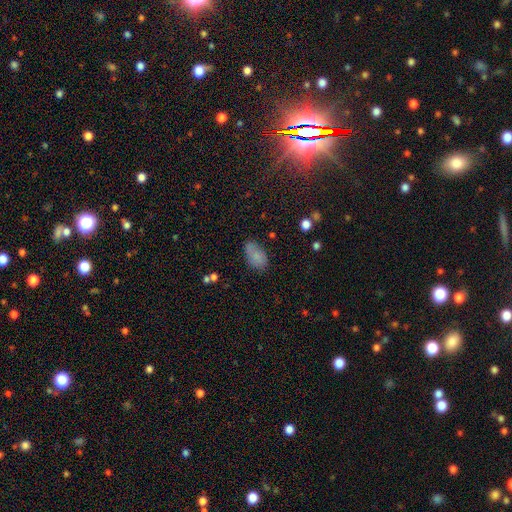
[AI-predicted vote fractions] smooth 79%, featured or disk 11%, star or artifact 10%. Down the decision tree: how rounded — in between (93%); merging — none (69%).